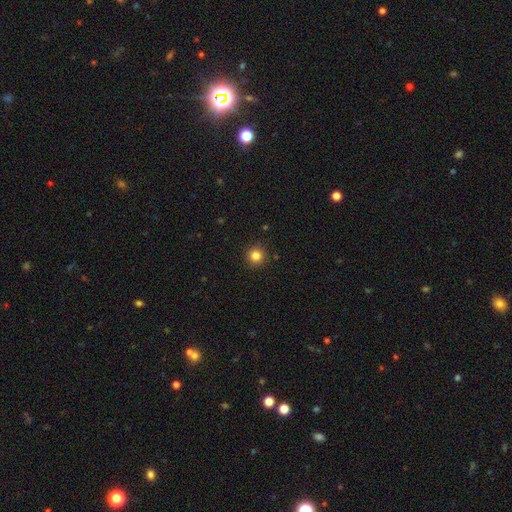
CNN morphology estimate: A smooth galaxy with no disk features (83%) that is round (95%). Merging: none (91%).